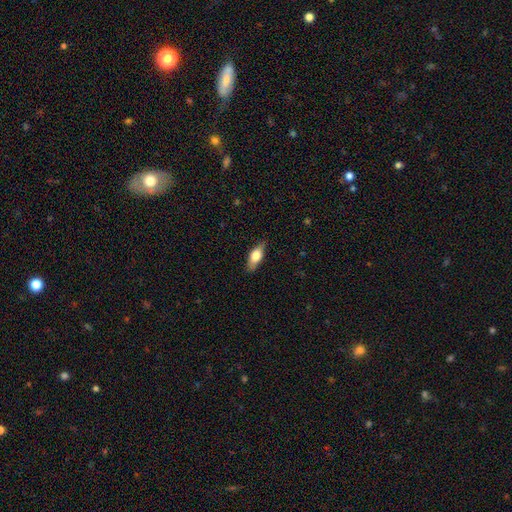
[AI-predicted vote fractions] Morphology: type=smooth (62%); roundness=in between (71%); merging=none (82%).